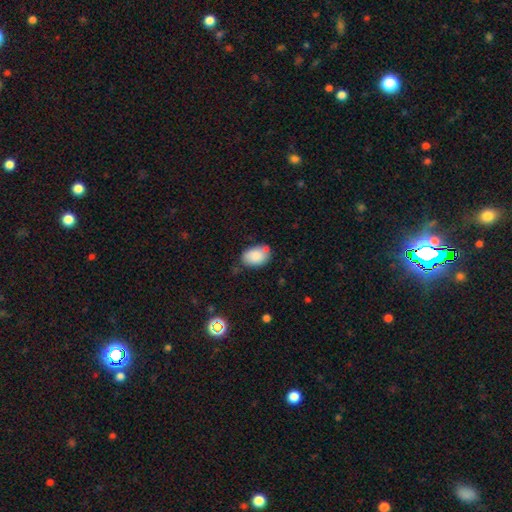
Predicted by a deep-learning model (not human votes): Smooth or featured?
  - smooth: 85% *
  - featured or disk: 8%
  - star or artifact: 7%
How rounded?
  - in between: 86% *
  - round: 13%
  - cigar-shaped: 1%
Merging?
  - none: 64% *
  - minor disturbance: 25%
  - merger: 7%
  - major disturbance: 5%